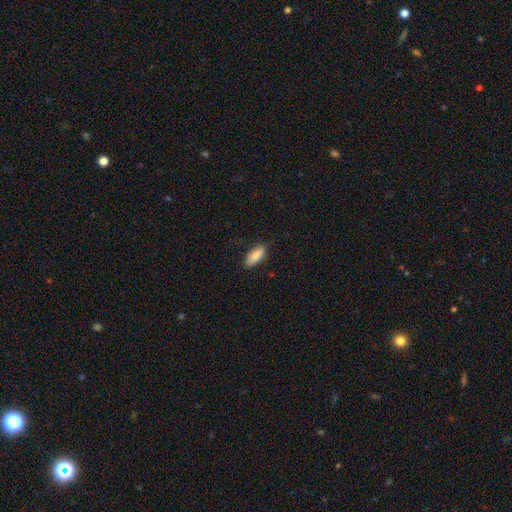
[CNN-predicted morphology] Smooth or featured: smooth — 87% (featured or disk — 7%)
How rounded: in between — 71% (cigar-shaped — 27%)
Merging: none — 81% (minor disturbance — 15%)